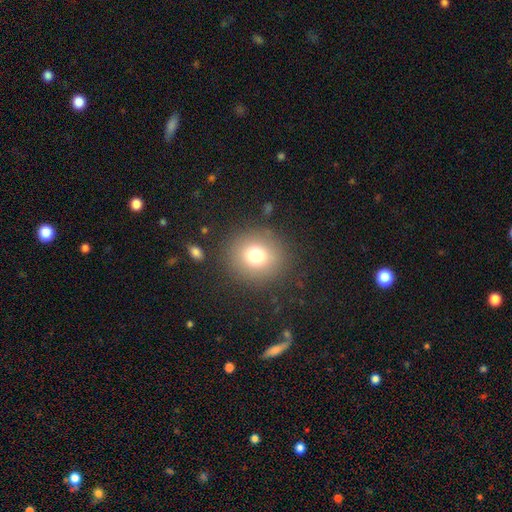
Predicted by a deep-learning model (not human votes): smooth 75%, star or artifact 14%, featured or disk 11%. Down the decision tree: how rounded — round (88%); merging — none (86%).